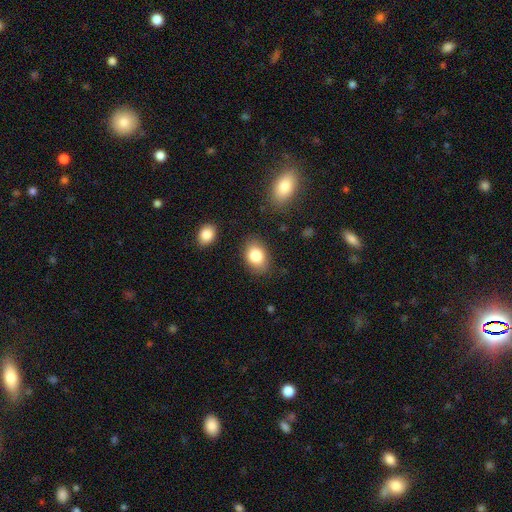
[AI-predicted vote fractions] smooth-or-featured: smooth: 83% | featured or disk: 9% | star or artifact: 8%
  how-rounded: in between: 78% | round: 21% | cigar-shaped: 1%
  merging: none: 81% | minor disturbance: 13% | major disturbance: 4% | merger: 2%